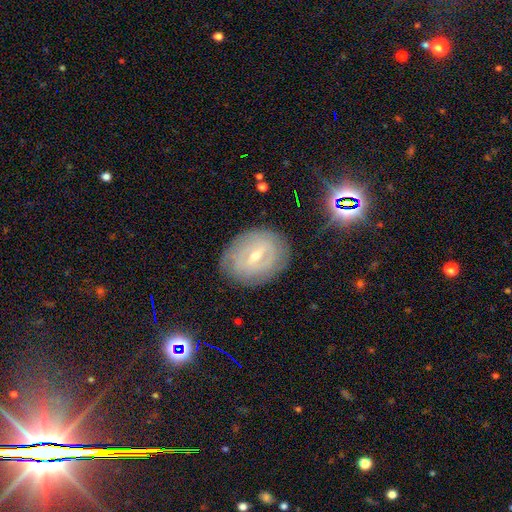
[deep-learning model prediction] Morphology: type=featured or disk (73%); edge-on=no (95%); bar=weak (50%); spiral arms=yes (76%); winding=tight (73%); arm count=can't tell (54%); bulge=small (59%); merging=none (79%).